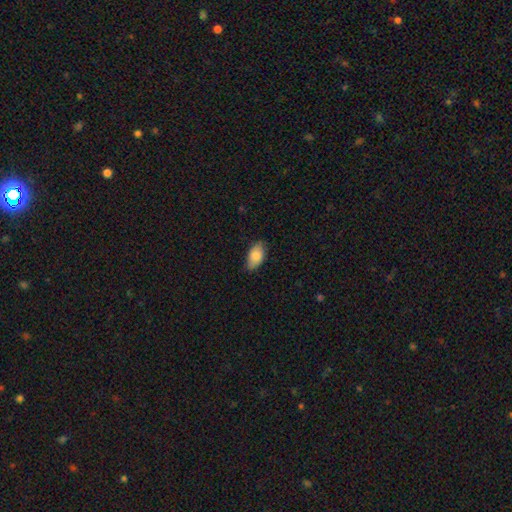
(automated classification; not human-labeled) This is clearly a smooth galaxy (85%). How rounded: clearly in between (93%). Merging: likely none (79%).